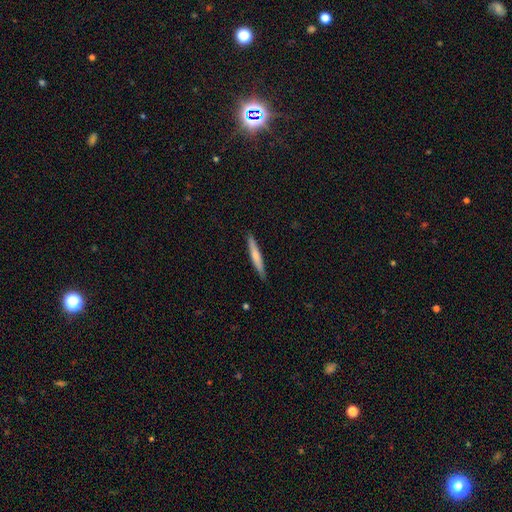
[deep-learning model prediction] Smooth or featured? smooth (63%)
How rounded? cigar-shaped (95%)
Merging? none (89%)